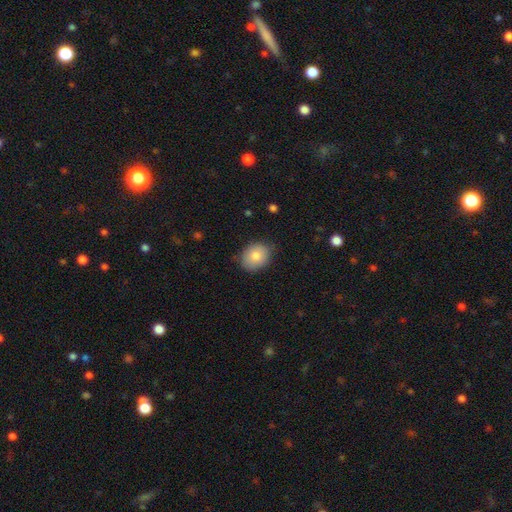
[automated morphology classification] Smooth or featured? Predicted: smooth (p=0.82). How rounded? Predicted: in between (p=0.56). Merging? Predicted: none (p=0.82).